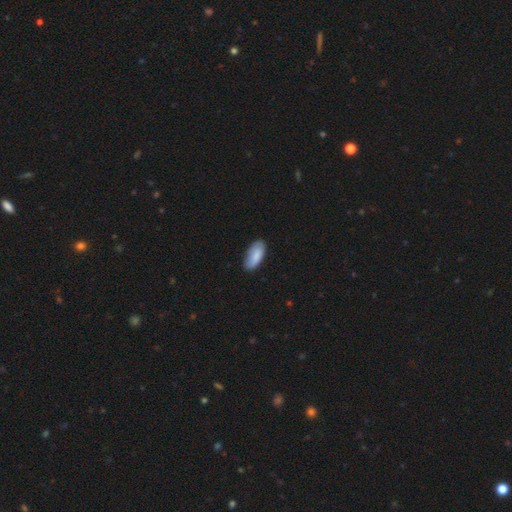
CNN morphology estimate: This appears to be a smooth galaxy with no disk features (84%) that is in between round and cigar-shaped (88%). Merging: none (78%).